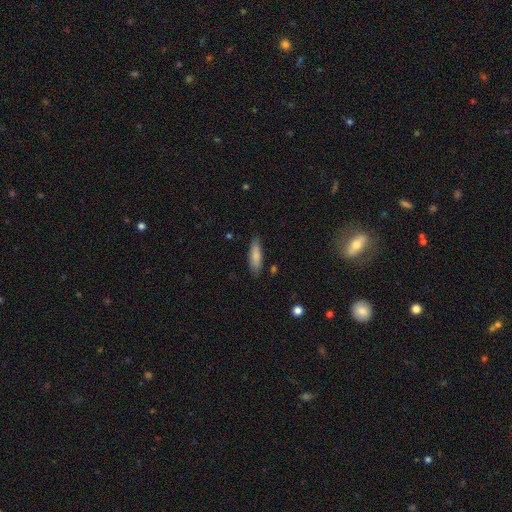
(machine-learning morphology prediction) Smooth or featured? Predicted: smooth (p=0.82). How rounded? Predicted: cigar-shaped (p=0.53). Merging? Predicted: none (p=0.81).